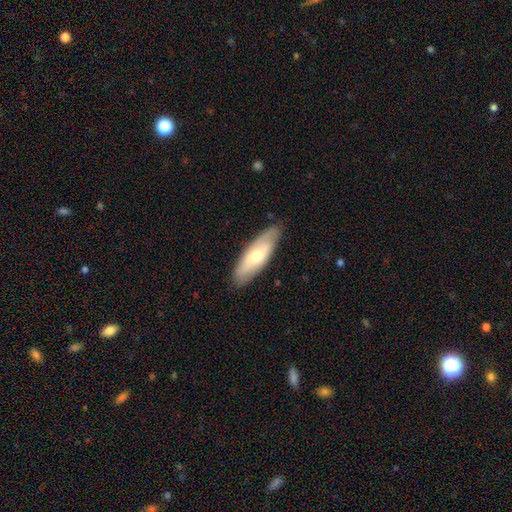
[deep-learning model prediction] Smooth or featured?
  - smooth: 55% *
  - featured or disk: 40%
  - star or artifact: 6%
How rounded?
  - in between: 58% *
  - cigar-shaped: 40%
  - round: 2%
Merging?
  - none: 85% *
  - minor disturbance: 12%
  - major disturbance: 2%
  - merger: 1%